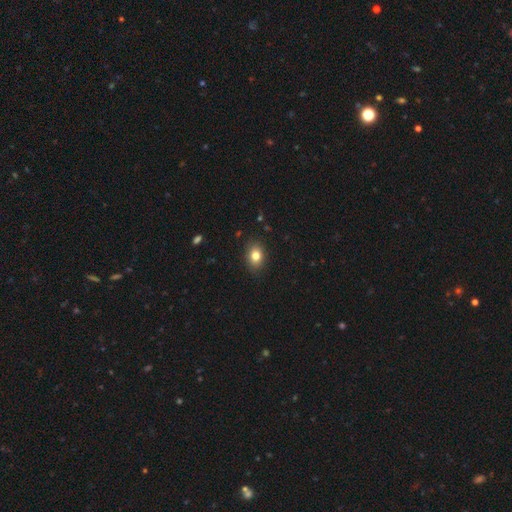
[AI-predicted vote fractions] Smooth or featured?
  - smooth: 81% *
  - star or artifact: 10%
  - featured or disk: 9%
How rounded?
  - in between: 66% *
  - round: 33%
  - cigar-shaped: 1%
Merging?
  - none: 86% *
  - minor disturbance: 10%
  - major disturbance: 2%
  - merger: 1%